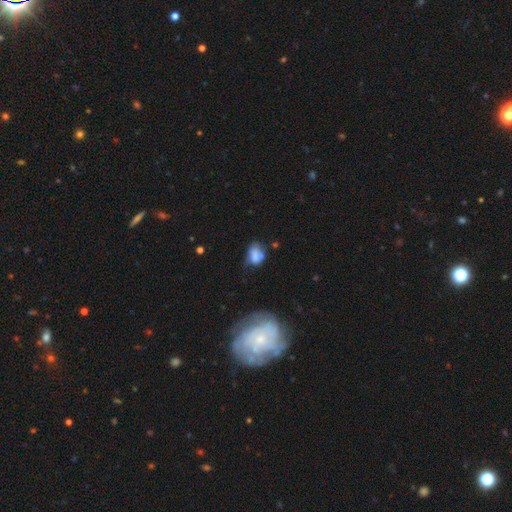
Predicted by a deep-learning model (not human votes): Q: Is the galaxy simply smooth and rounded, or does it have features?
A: smooth — 66%.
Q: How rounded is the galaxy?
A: in between — 75%.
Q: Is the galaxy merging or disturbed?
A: none — 32%.